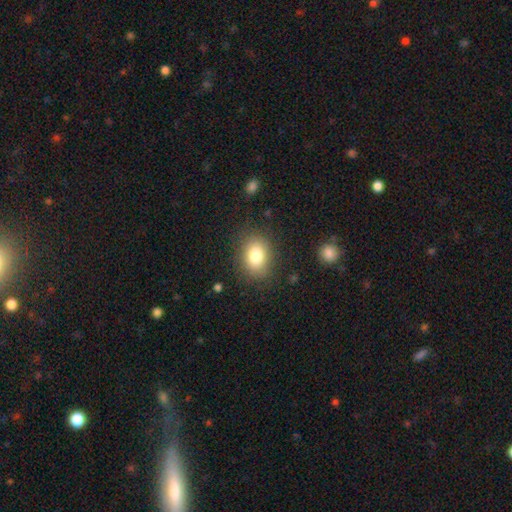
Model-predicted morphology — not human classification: This is clearly a smooth galaxy (82%). How rounded: likely in between (66%). Merging: clearly none (84%).